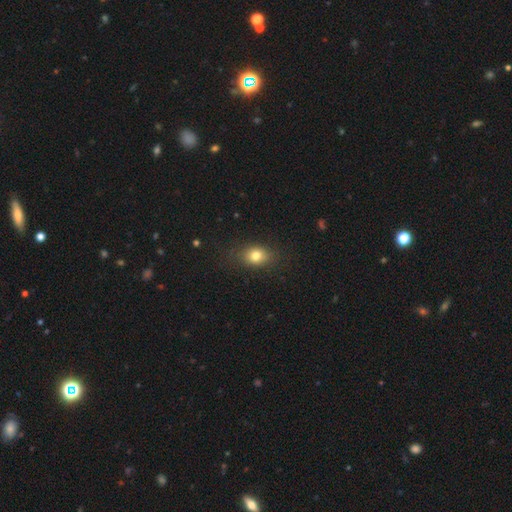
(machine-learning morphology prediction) type=smooth (79%); roundness=in between (58%); merging=none (81%).